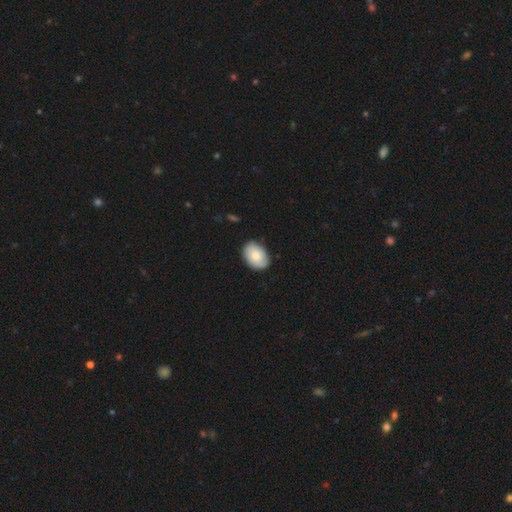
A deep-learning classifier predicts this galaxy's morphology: A smooth galaxy with no disk features (75%) that is in between round and cigar-shaped (80%). Merging: none (80%).